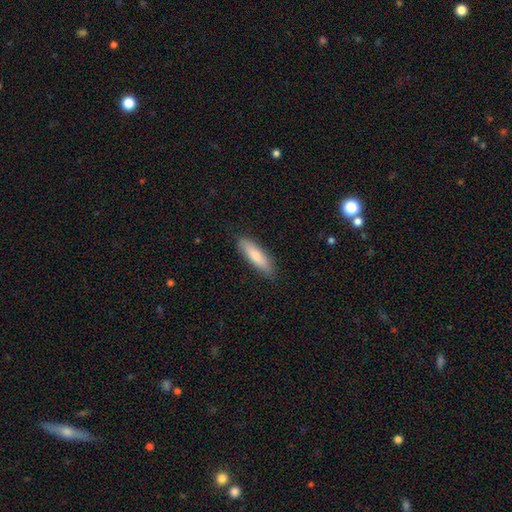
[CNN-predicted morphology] Overall: smooth (80%). How rounded: cigar-shaped (67%; in between 32%). Merging: none (86%).